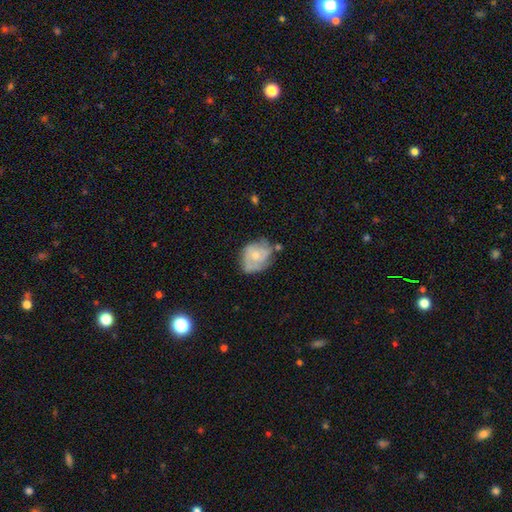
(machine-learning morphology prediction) The model was most divided on "bulge size": small: 47%, moderate: 46%, none: 3%, large: 2%, dominant: 1%. More confident: edge-on disk — no (97%); spiral arms — yes (81%); bar — no (76%); smooth or featured — featured or disk (63%); merging — none (55%).